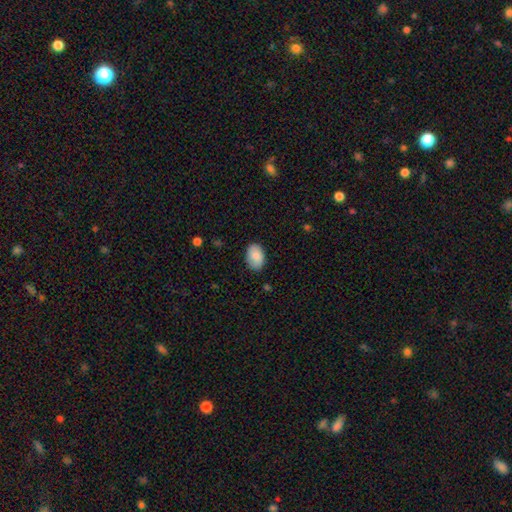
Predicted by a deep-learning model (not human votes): The model was most divided on "merging": none: 84%, minor disturbance: 13%, major disturbance: 2%, merger: 1%. More confident: how rounded — in between (90%); smooth or featured — smooth (86%).